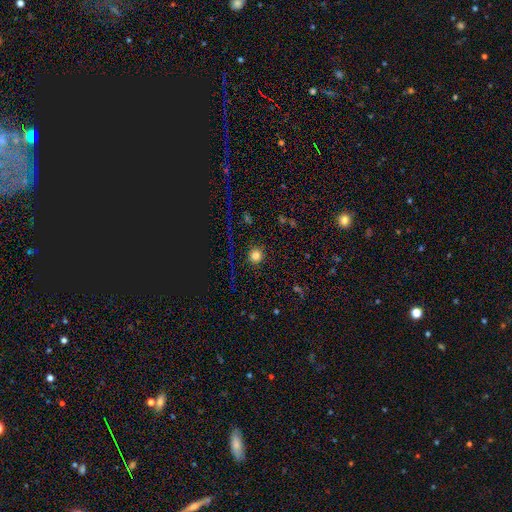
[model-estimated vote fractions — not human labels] Morphology: type=smooth (81%); roundness=round (92%); merging=none (90%).